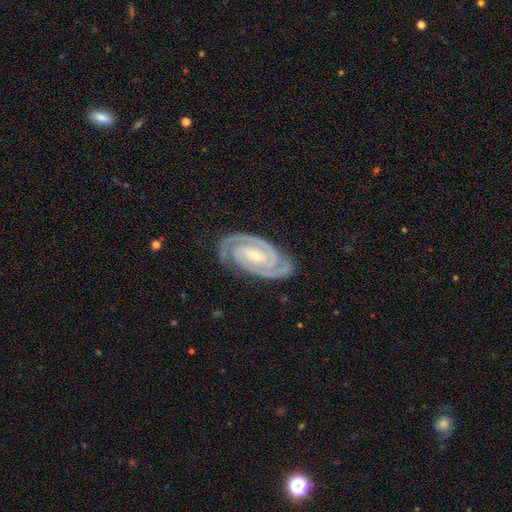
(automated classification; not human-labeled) Morphology: type=featured or disk (94%); edge-on=no (97%); bar=weak (38%); spiral arms=yes (99%); winding=tight (78%); arm count=2 (91%); bulge=small (67%); merging=none (85%).